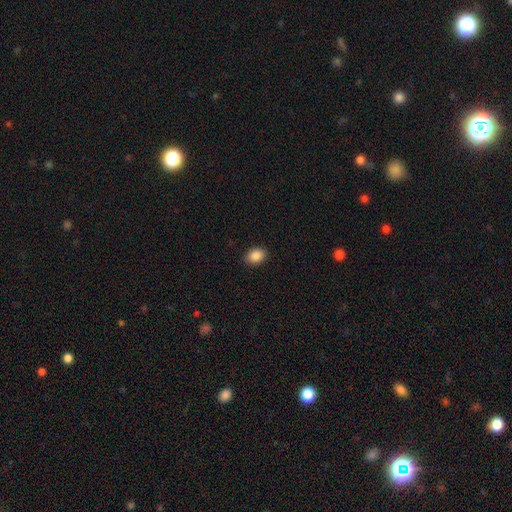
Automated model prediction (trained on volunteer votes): smooth_or_featured: smooth (p=0.89) [alt: star or artifact p=0.08]
how_rounded: in between (p=0.70) [alt: round p=0.29]
merging: none (p=0.89) [alt: minor disturbance p=0.08]